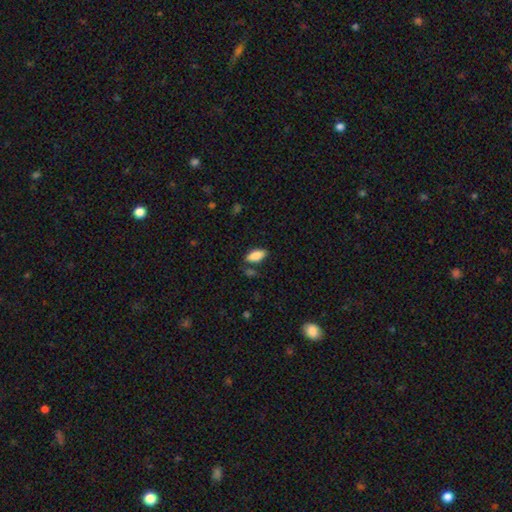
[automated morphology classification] A smooth galaxy with no disk features (86%) that is in between round and cigar-shaped (87%).

Vote fractions:
- Smooth or featured? smooth: 86% / star or artifact: 7% / featured or disk: 7%
- How rounded? in between: 87% / cigar-shaped: 11% / round: 2%
- Merging? none: 80% / minor disturbance: 13% / merger: 5% / major disturbance: 3%